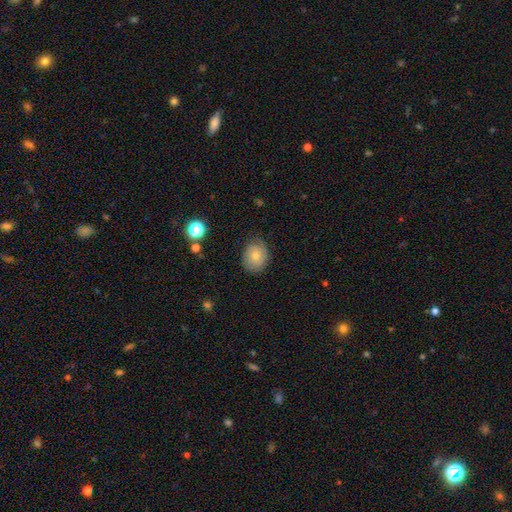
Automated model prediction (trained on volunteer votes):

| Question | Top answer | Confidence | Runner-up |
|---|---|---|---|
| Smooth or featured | smooth | 51% | featured or disk (40%) |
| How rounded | round | 56% | in between (43%) |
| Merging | none | 68% | minor disturbance (24%) |